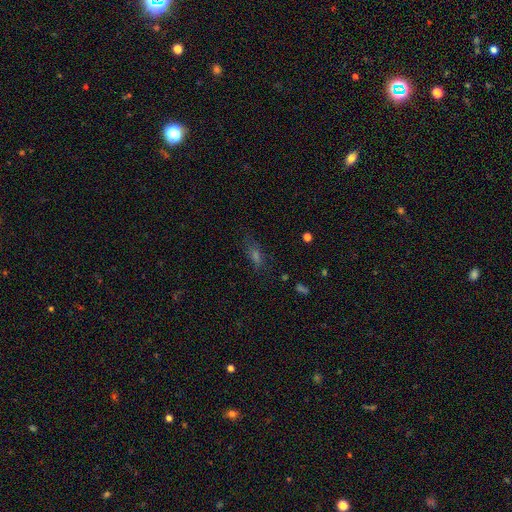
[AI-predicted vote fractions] Q: Smooth or featured?
A: smooth (45%); runner-up: star or artifact (34%)
Q: Merging?
A: none (69%); runner-up: minor disturbance (18%)